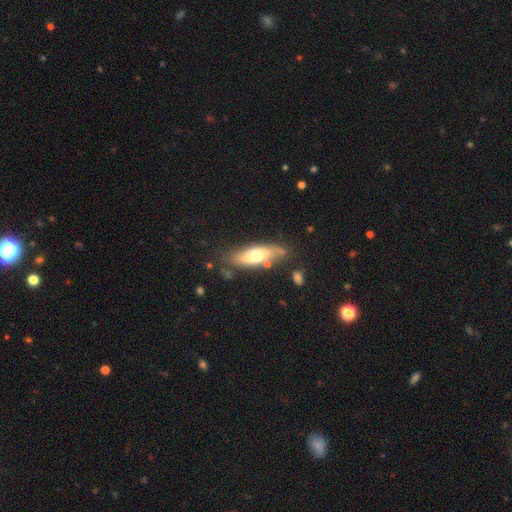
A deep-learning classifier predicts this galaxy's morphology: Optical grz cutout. It shows a smooth galaxy with no disk features (55%) that is in between round and cigar-shaped (63%). Merging: none (67%).